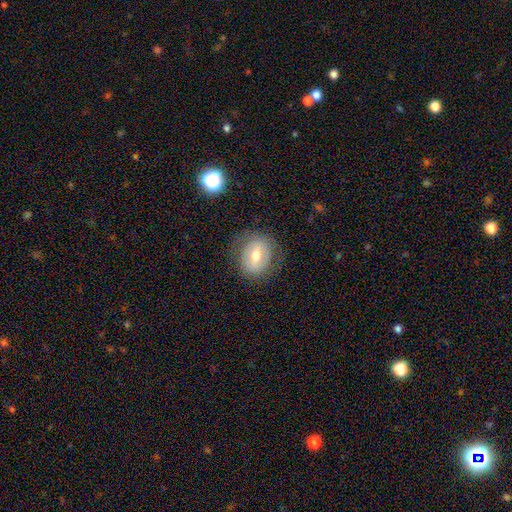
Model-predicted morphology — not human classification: Smooth or featured?
  - featured or disk: 48% *
  - smooth: 44%
  - star or artifact: 8%
Merging?
  - none: 77% *
  - minor disturbance: 15%
  - major disturbance: 7%
  - merger: 1%